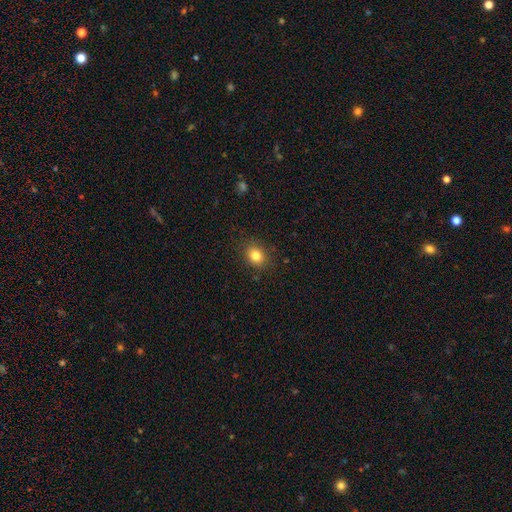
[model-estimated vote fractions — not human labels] Smooth or featured? smooth (82%)
How rounded? round (58%)
Merging? none (88%)